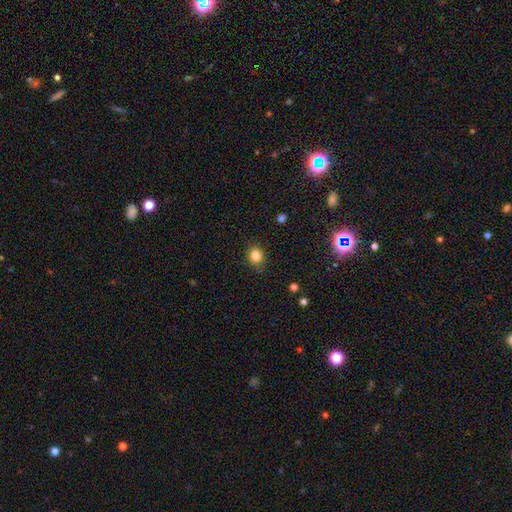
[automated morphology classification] This appears to be a smooth galaxy with no disk features (83%) that is round (70%). Merging: none (85%).